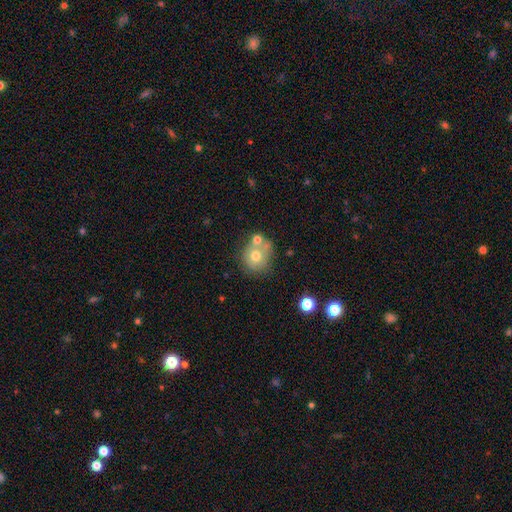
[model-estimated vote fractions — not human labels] Smooth or featured?
  - smooth: 65% *
  - featured or disk: 24%
  - star or artifact: 10%
How rounded?
  - round: 76% *
  - in between: 23%
  - cigar-shaped: 1%
Merging?
  - none: 50% *
  - merger: 28%
  - minor disturbance: 16%
  - major disturbance: 6%